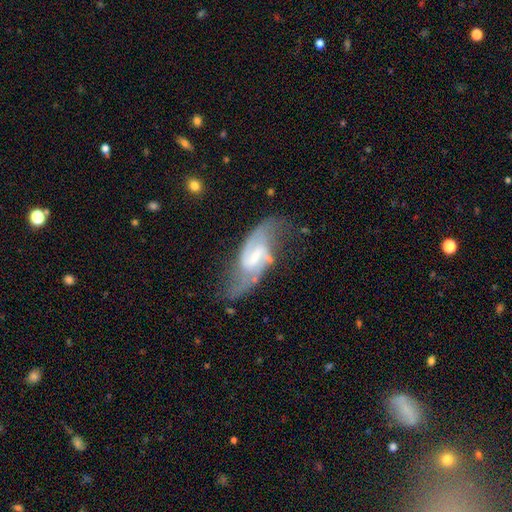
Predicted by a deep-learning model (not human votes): Overall: featured or disk (87%). Edge-on disk: no (95%). Bar: weak (53%; strong 31%). Spiral arms: yes (96%). Spiral arm count: 2 (90%). Spiral winding: medium (45%; loose 43%). Bulge size: small (44%; moderate 27%). Merging: none (66%).